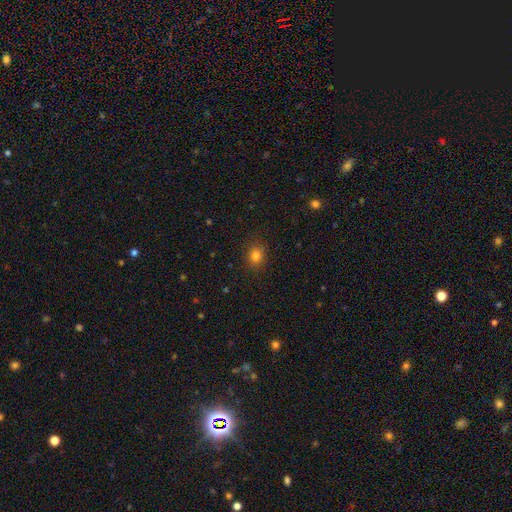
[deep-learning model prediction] Q: Smooth or featured?
A: smooth (80%); runner-up: star or artifact (14%)
Q: How rounded?
A: round (64%); runner-up: in between (35%)
Q: Merging?
A: none (88%); runner-up: minor disturbance (9%)